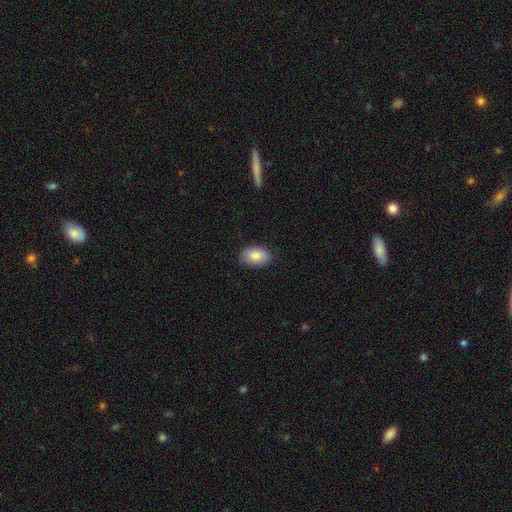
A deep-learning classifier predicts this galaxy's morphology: Smooth or featured?
  - smooth: 86% *
  - featured or disk: 7%
  - star or artifact: 7%
How rounded?
  - in between: 92% *
  - round: 7%
  - cigar-shaped: 1%
Merging?
  - none: 85% *
  - minor disturbance: 11%
  - major disturbance: 2%
  - merger: 1%